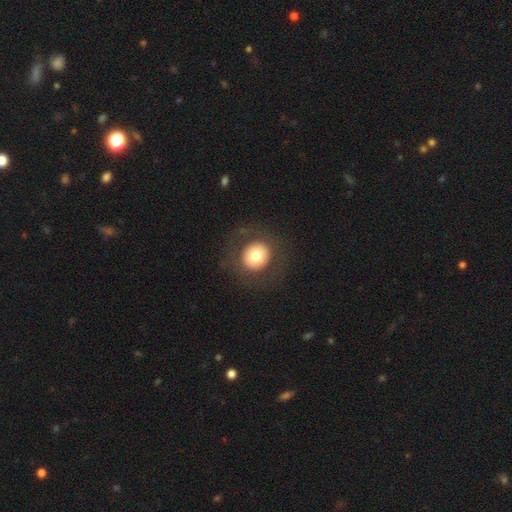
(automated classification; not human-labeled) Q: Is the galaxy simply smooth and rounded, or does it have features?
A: smooth — 71%.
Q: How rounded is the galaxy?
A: round — 90%.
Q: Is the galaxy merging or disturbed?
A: none — 84%.